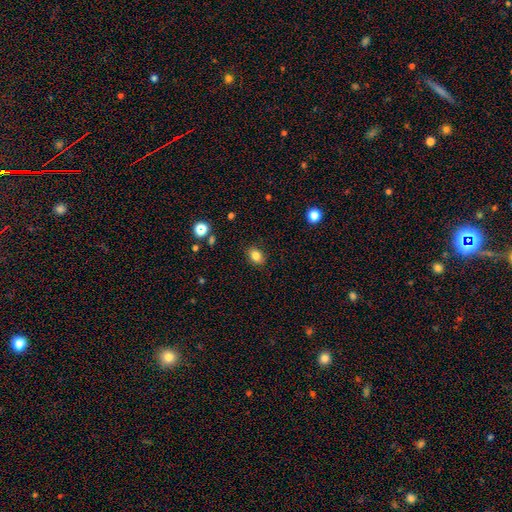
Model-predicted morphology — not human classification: Smooth or featured? smooth (82%)
How rounded? in between (71%)
Merging? none (87%)